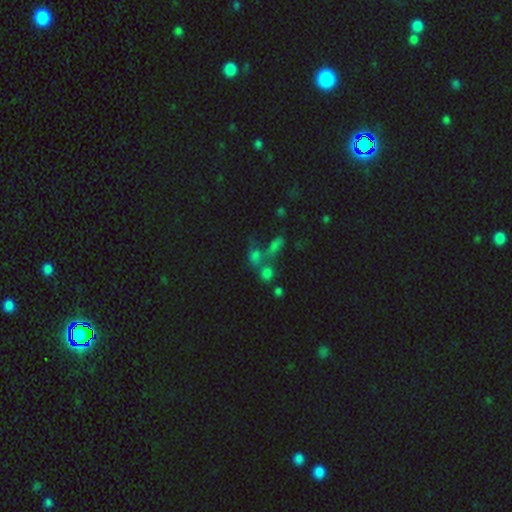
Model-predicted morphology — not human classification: smooth 56%, star or artifact 28%, featured or disk 15%. Down the decision tree: how rounded — in between (47%); merging — merger (53%).